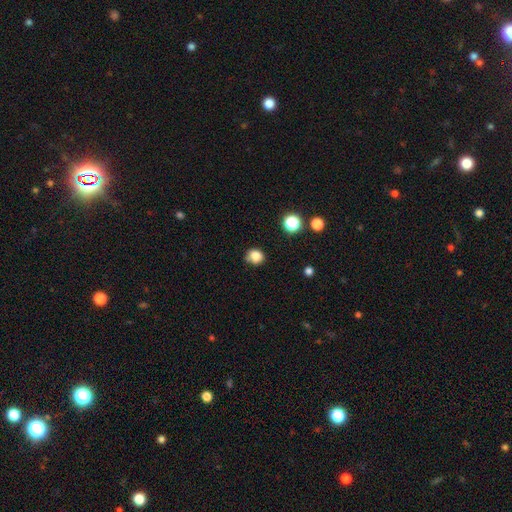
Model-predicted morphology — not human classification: Smooth or featured? Predicted: smooth (p=0.83). How rounded? Predicted: round (p=0.77). Merging? Predicted: none (p=0.68).